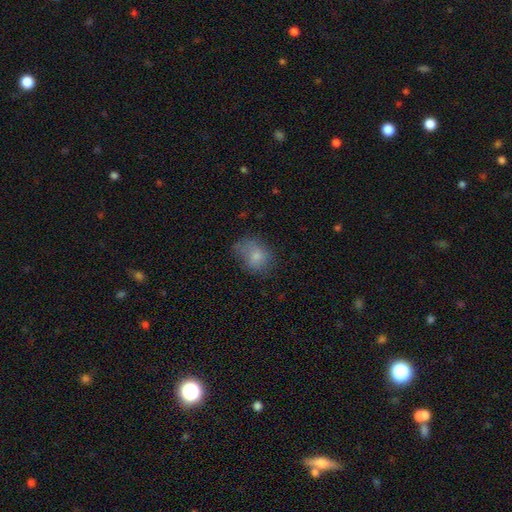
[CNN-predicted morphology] Smooth or featured? smooth (75%)
How rounded? in between (55%)
Merging? none (47%)